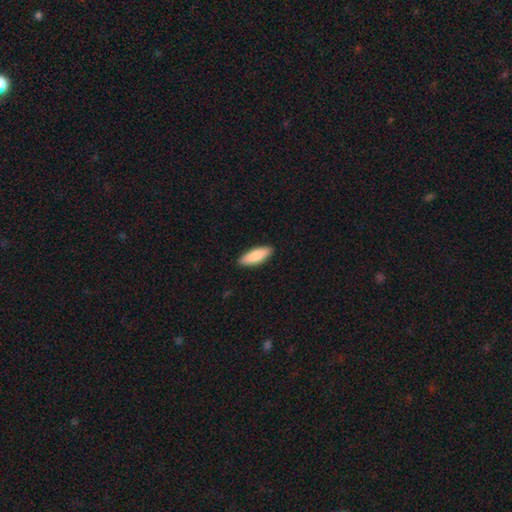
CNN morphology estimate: type=smooth (86%); roundness=in between (60%); merging=none (90%).